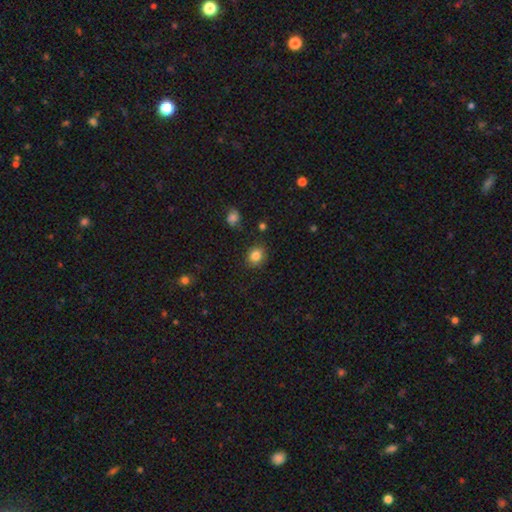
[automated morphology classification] Smooth or featured: smooth — 84% (star or artifact — 10%)
How rounded: round — 69% (in between — 30%)
Merging: none — 85% (minor disturbance — 10%)